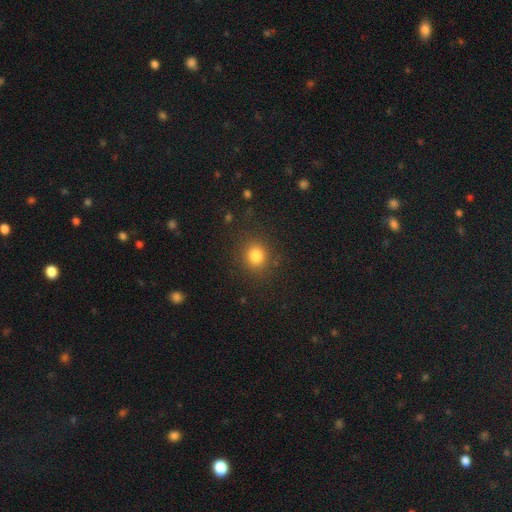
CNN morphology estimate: Overall: smooth (82%). How rounded: round (81%). Merging: none (86%).